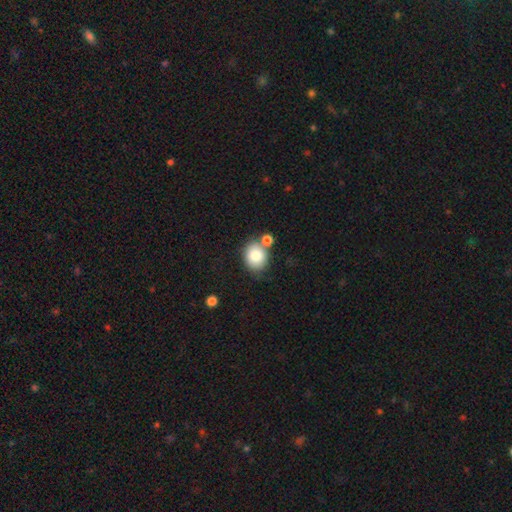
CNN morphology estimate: The model was most divided on "how rounded": round: 60%, in between: 39%, cigar-shaped: 1%. More confident: smooth or featured — smooth (82%); merging — none (61%).